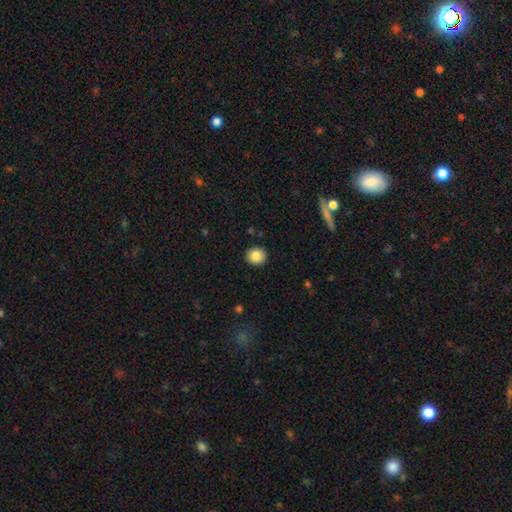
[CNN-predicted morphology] This appears to be a smooth galaxy with no disk features (86%) that is round (84%). Merging: none (91%).